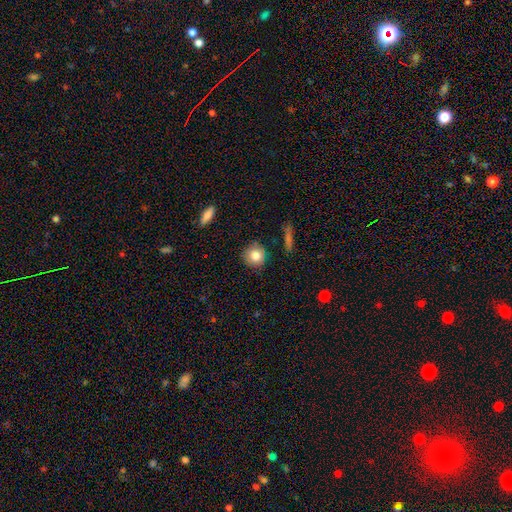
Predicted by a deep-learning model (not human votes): Smooth or featured?
  - smooth: 81% *
  - featured or disk: 10%
  - star or artifact: 9%
How rounded?
  - round: 89% *
  - in between: 9%
  - cigar-shaped: 1%
Merging?
  - none: 86% *
  - minor disturbance: 10%
  - major disturbance: 2%
  - merger: 2%